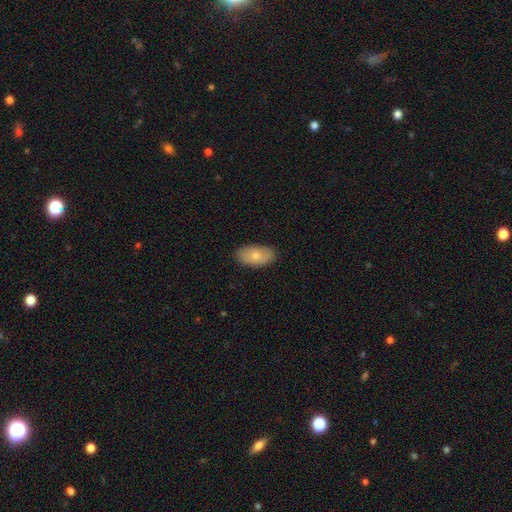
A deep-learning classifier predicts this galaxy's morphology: Smooth or featured: smooth — 72% (featured or disk — 22%)
How rounded: in between — 93% (round — 4%)
Merging: none — 84% (minor disturbance — 12%)